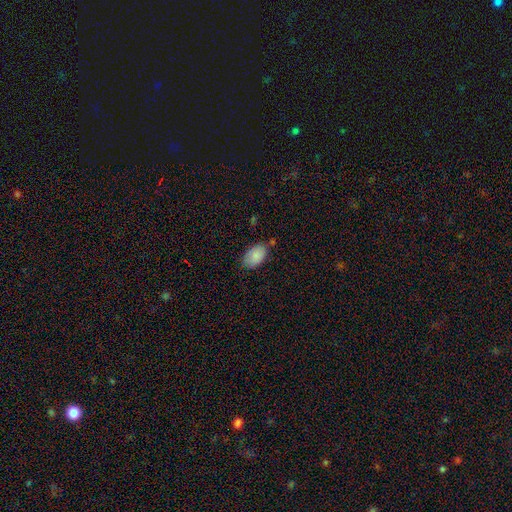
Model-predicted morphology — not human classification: Smooth or featured? Predicted: smooth (p=0.88). How rounded? Predicted: in between (p=0.93). Merging? Predicted: none (p=0.70).